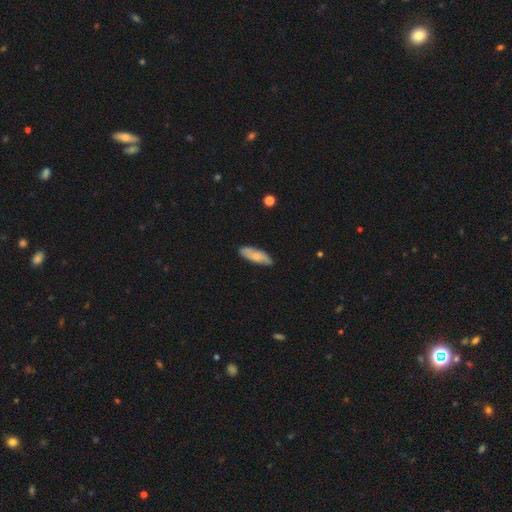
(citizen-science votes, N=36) Smooth or featured?
  - smooth: 72% *
  - featured or disk: 28%
  - star or artifact: 0%
How rounded?
  - in between: 77% *
  - cigar-shaped: 23%
  - round: 0%
Merging?
  - none: 89% *
  - minor disturbance: 8%
  - major disturbance: 3%
  - merger: 0%